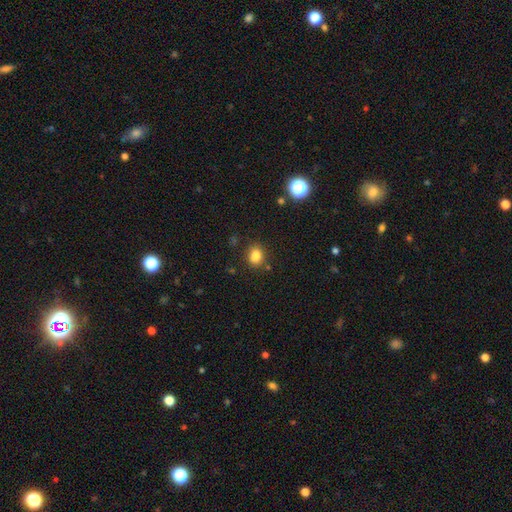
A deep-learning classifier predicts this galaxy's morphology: smooth_or_featured: smooth (p=0.83) [alt: star or artifact p=0.12]
how_rounded: in between (p=0.53) [alt: round p=0.46]
merging: none (p=0.79) [alt: minor disturbance p=0.13]